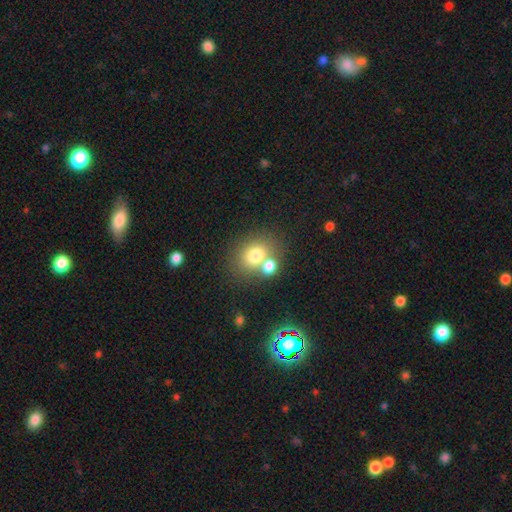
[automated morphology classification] A smooth galaxy with no disk features (74%) that is round (58%).

Vote fractions:
- Smooth or featured? smooth: 74% / featured or disk: 14% / star or artifact: 12%
- How rounded? round: 58% / in between: 41% / cigar-shaped: 1%
- Merging? none: 47% / merger: 40% / minor disturbance: 9% / major disturbance: 4%